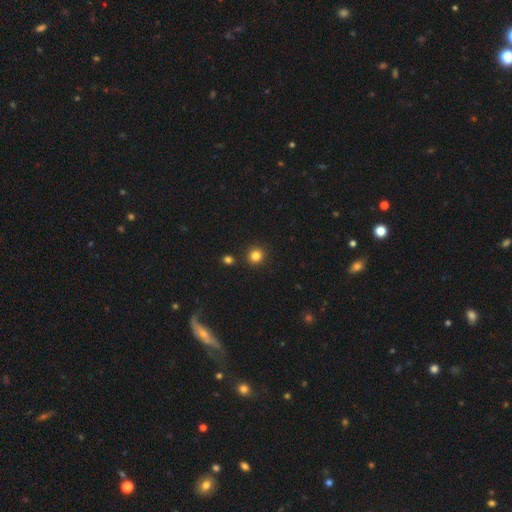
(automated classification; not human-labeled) Q: Smooth or featured?
A: smooth (83%); runner-up: star or artifact (12%)
Q: How rounded?
A: round (90%); runner-up: in between (10%)
Q: Merging?
A: none (89%); runner-up: minor disturbance (6%)